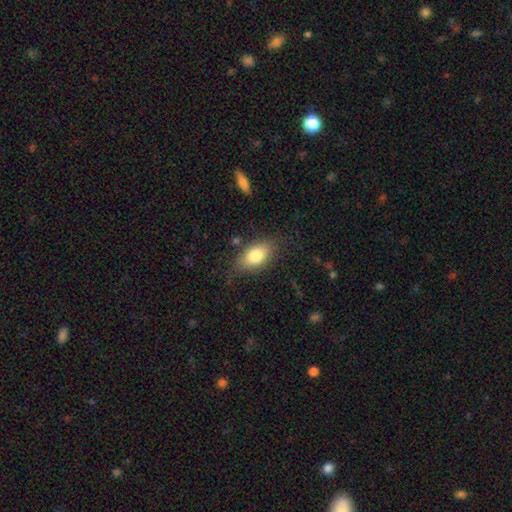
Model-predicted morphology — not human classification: Smooth or featured: smooth — 79% (featured or disk — 14%)
How rounded: in between — 88% (round — 7%)
Merging: none — 76% (minor disturbance — 18%)